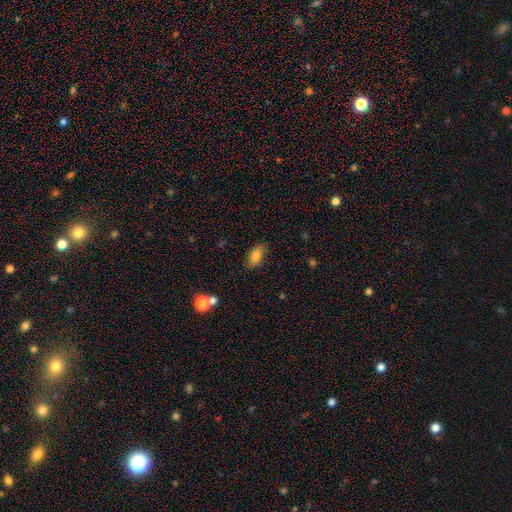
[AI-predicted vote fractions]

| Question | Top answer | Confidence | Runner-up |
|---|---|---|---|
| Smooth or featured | smooth | 81% | featured or disk (10%) |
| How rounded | in between | 89% | cigar-shaped (6%) |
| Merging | none | 80% | minor disturbance (14%) |